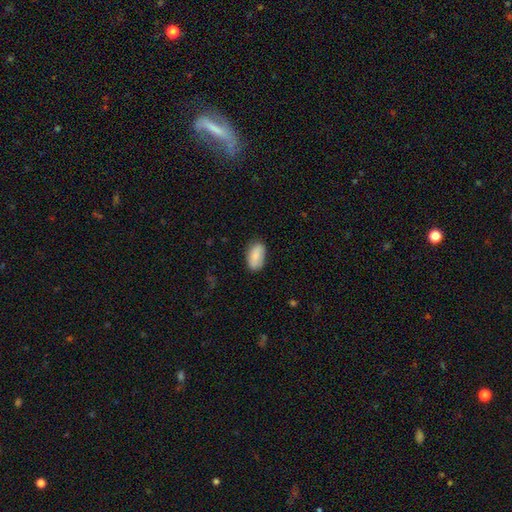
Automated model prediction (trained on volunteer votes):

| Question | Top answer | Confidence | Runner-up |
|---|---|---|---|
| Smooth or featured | smooth | 85% | featured or disk (8%) |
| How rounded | in between | 94% | round (3%) |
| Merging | none | 80% | minor disturbance (16%) |